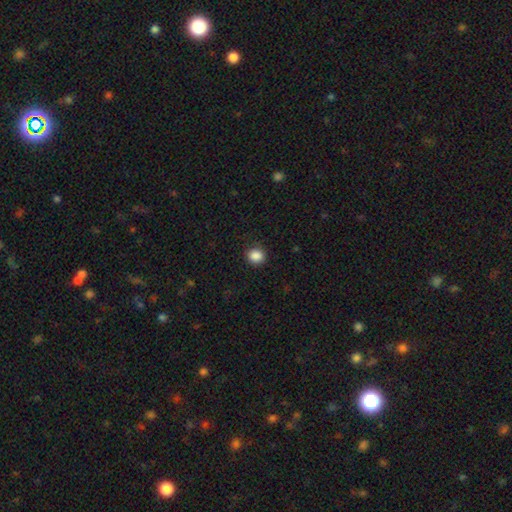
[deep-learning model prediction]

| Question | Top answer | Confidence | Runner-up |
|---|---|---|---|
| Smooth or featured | smooth | 87% | star or artifact (10%) |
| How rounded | round | 81% | in between (18%) |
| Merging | none | 88% | minor disturbance (9%) |